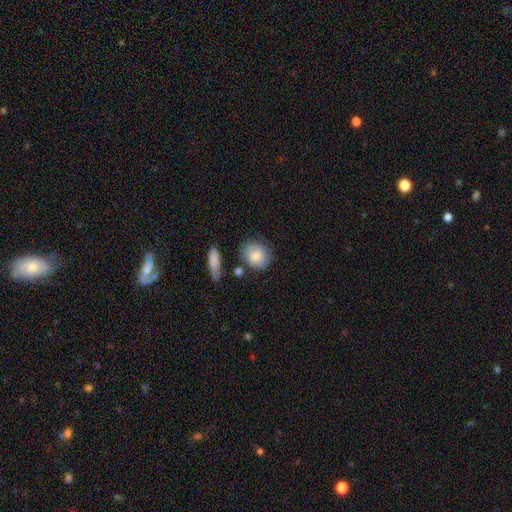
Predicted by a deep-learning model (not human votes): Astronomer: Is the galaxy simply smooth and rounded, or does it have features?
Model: smooth — 80%.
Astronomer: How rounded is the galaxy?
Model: round — 63%.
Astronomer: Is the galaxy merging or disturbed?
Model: none — 69%.